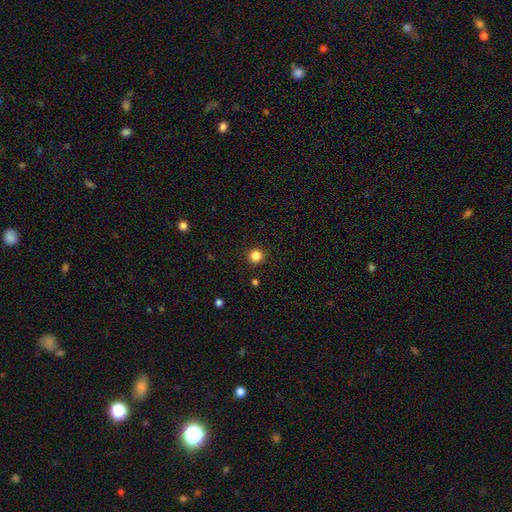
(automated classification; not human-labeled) Smooth or featured: smooth — 85% (star or artifact — 12%)
How rounded: round — 94% (in between — 5%)
Merging: none — 92% (minor disturbance — 5%)